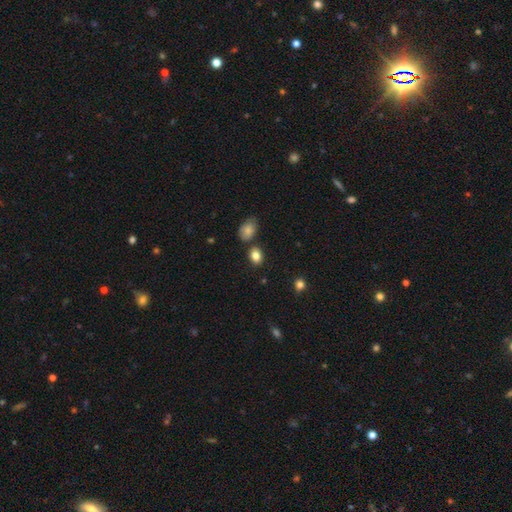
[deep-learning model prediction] This is clearly a smooth galaxy (84%). How rounded: likely in between (65%). Merging: likely none (76%).